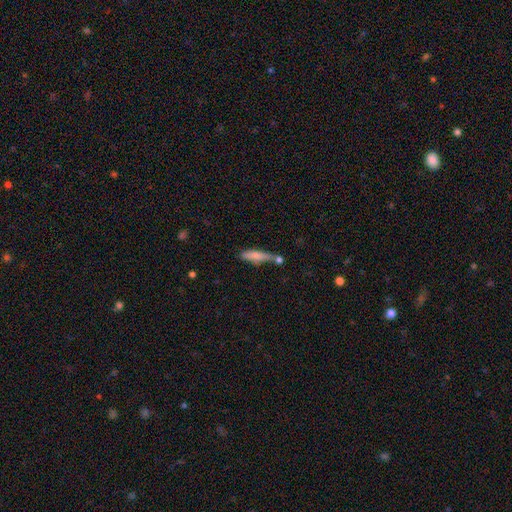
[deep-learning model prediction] smooth 71%, featured or disk 21%, star or artifact 8%. Down the decision tree: how rounded — cigar-shaped (74%); merging — none (42%).